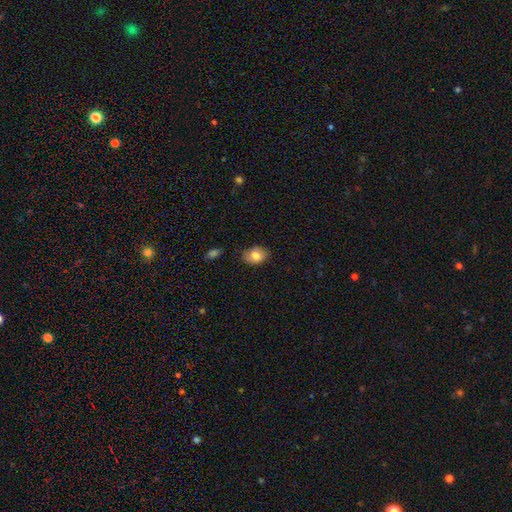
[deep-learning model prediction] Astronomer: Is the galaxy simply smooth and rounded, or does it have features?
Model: smooth — 81%.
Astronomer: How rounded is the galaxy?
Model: in between — 78%.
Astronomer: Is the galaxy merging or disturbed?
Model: none — 79%.